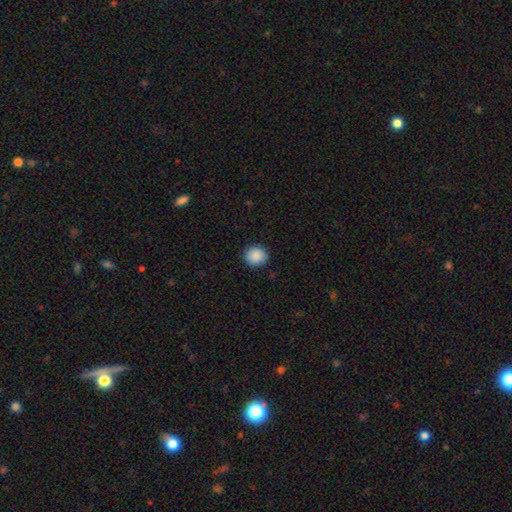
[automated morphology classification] This appears to be a smooth galaxy with no disk features (89%) that is round (84%). Merging: none (90%).